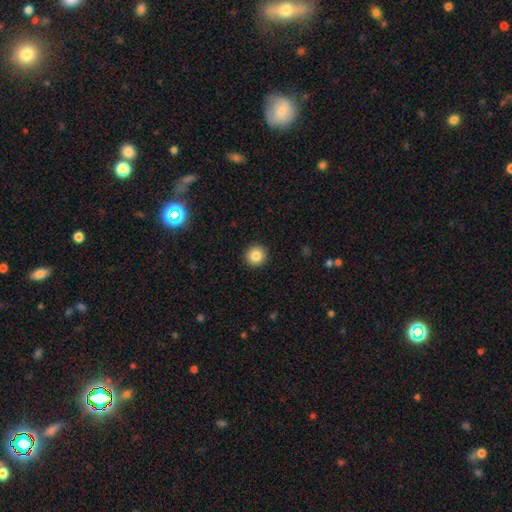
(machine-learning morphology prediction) This is clearly a smooth galaxy (85%). How rounded: clearly round (94%). Merging: clearly none (93%).